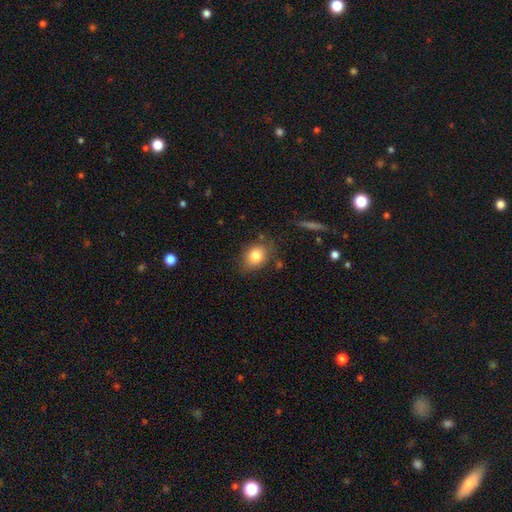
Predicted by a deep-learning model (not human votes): The model was most divided on "how rounded": in between: 52%, round: 47%, cigar-shaped: 1%. More confident: smooth or featured — smooth (81%); merging — none (76%).